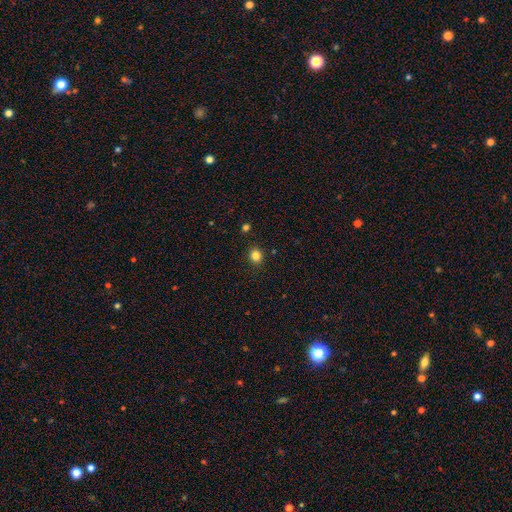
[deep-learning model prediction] A smooth galaxy with no disk features (83%) that is round (80%). Merging: none (90%).